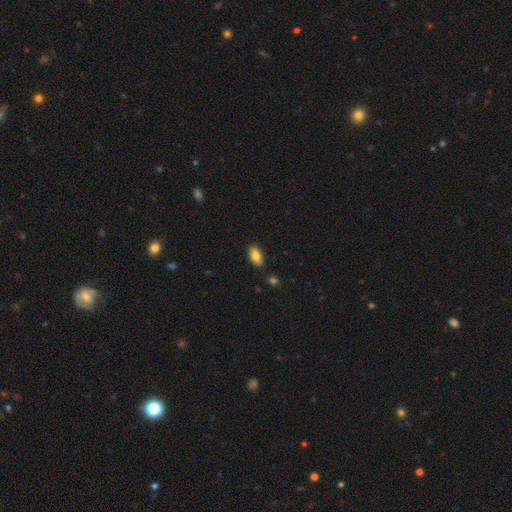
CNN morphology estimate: Smooth or featured: smooth — 84% (featured or disk — 8%)
How rounded: in between — 91% (cigar-shaped — 5%)
Merging: none — 87% (minor disturbance — 9%)